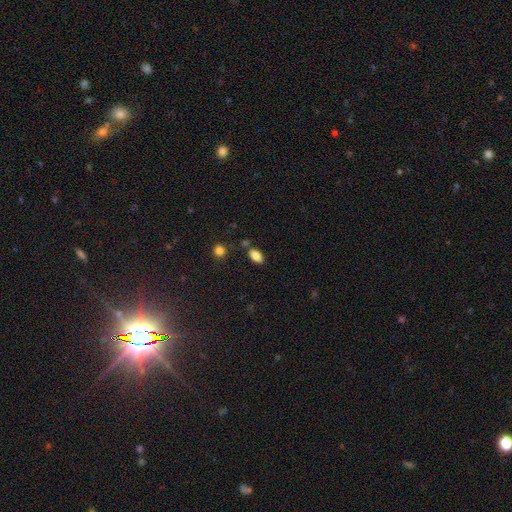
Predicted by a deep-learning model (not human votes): smooth_or_featured: smooth (p=0.85) [alt: star or artifact p=0.09]
how_rounded: in between (p=0.91) [alt: round p=0.06]
merging: none (p=0.75) [alt: minor disturbance p=0.14]